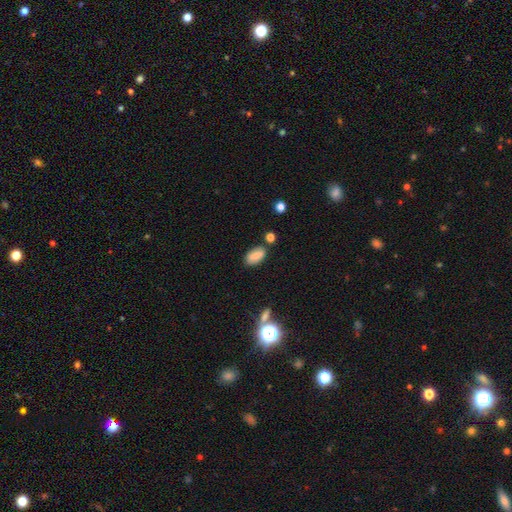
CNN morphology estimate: Overall: smooth (77%). How rounded: in between (91%). Merging: none (76%).